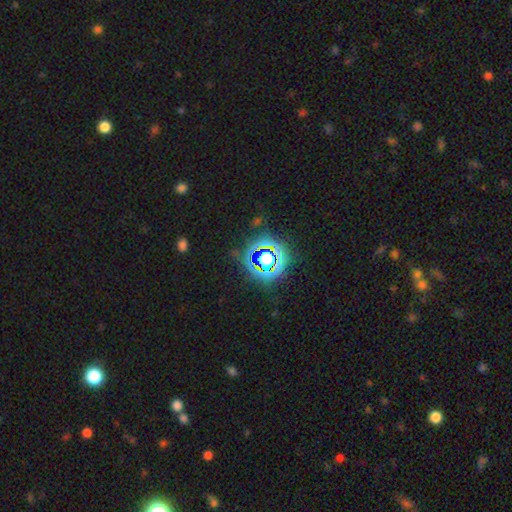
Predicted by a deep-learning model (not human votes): Smooth or featured?
  - star or artifact: 76% *
  - smooth: 16%
  - featured or disk: 8%